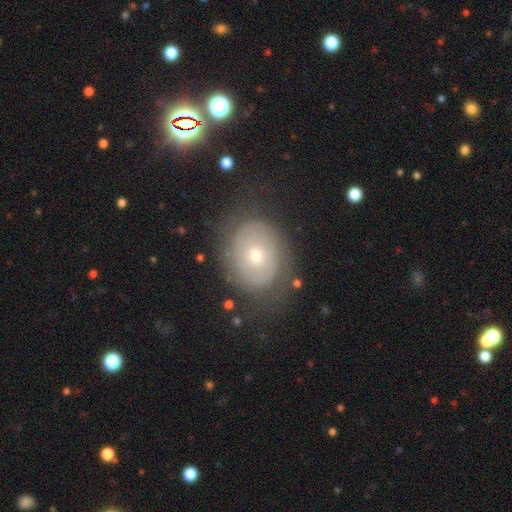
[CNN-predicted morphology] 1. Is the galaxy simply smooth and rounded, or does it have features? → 61% featured or disk, 28% smooth, 11% star or artifact.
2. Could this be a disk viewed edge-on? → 96% no, 4% yes.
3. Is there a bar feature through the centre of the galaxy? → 80% no, 16% weak, 4% strong.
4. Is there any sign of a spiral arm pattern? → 73% yes, 27% no.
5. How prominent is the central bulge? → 56% moderate, 39% small, 3% large, 1% dominant, 1% none.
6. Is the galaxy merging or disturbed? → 76% none, 14% minor disturbance, 8% major disturbance, 2% merger.